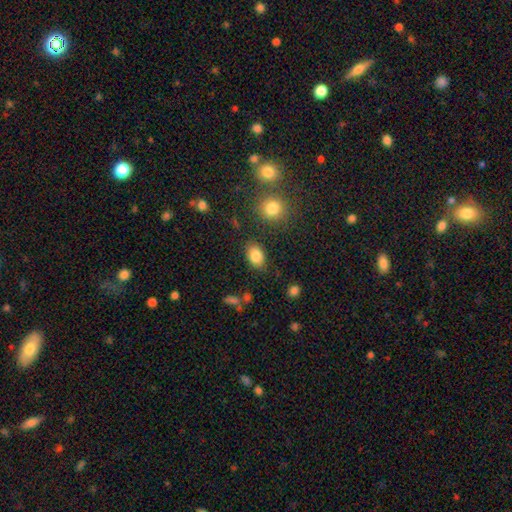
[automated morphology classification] type=smooth (85%); roundness=in between (84%); merging=none (82%).